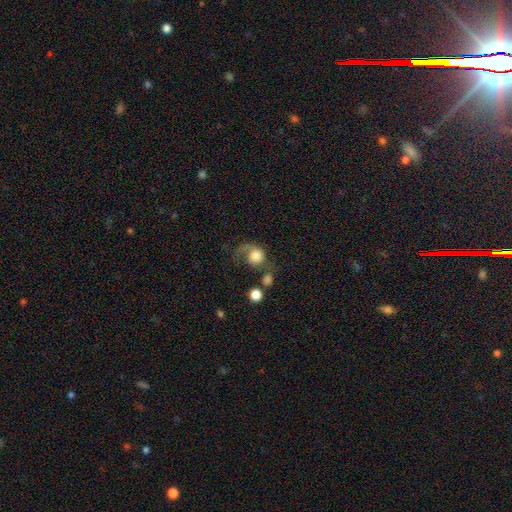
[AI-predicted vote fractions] smooth-or-featured: smooth: 62% | featured or disk: 29% | star or artifact: 9%
  how-rounded: round: 78% | in between: 21% | cigar-shaped: 1%
  merging: major disturbance: 36% | none: 29% | minor disturbance: 18% | merger: 17%